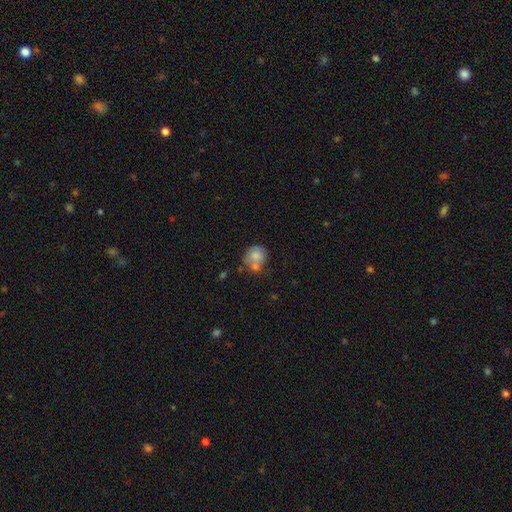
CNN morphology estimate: Q: Smooth or featured?
A: smooth (73%); runner-up: featured or disk (18%)
Q: How rounded?
A: round (71%); runner-up: in between (29%)
Q: Merging?
A: none (42%); runner-up: merger (31%)